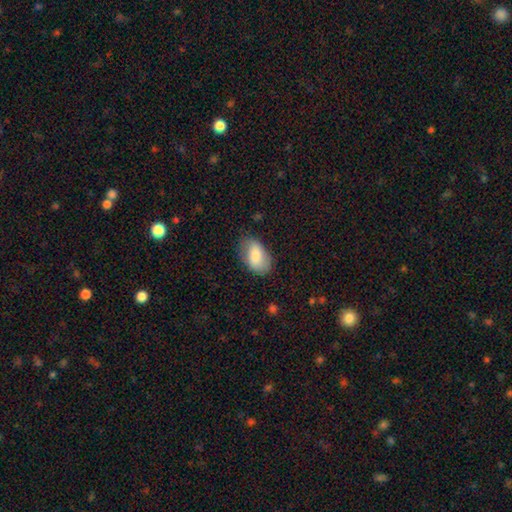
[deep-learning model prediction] Overall: smooth (78%). How rounded: in between (92%). Merging: none (70%).